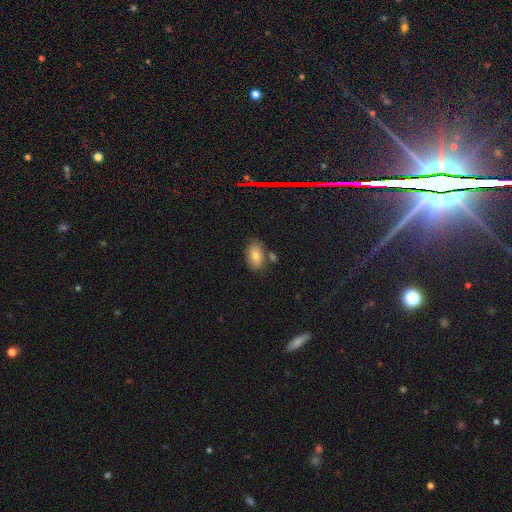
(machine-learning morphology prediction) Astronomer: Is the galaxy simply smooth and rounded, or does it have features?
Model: smooth — 75%.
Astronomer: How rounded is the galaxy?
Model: in between — 90%.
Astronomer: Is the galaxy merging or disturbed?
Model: none — 74%.